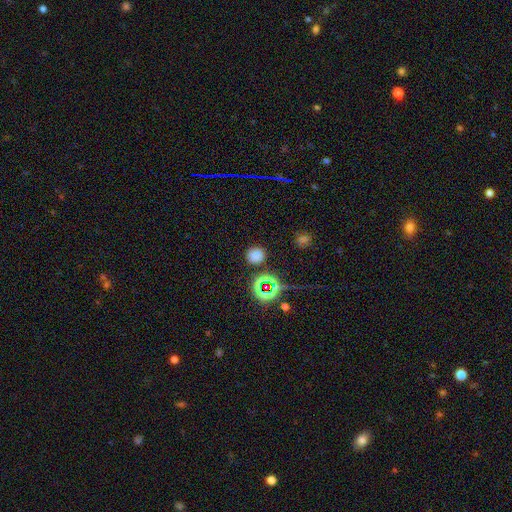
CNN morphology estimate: Smooth or featured: smooth — 70% (star or artifact — 25%)
How rounded: round — 88% (in between — 11%)
Merging: none — 87% (minor disturbance — 7%)